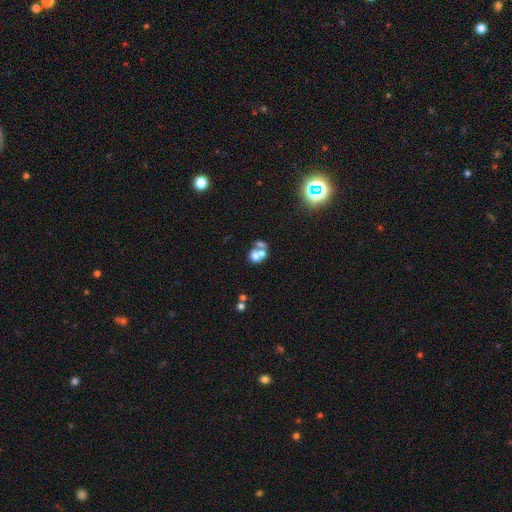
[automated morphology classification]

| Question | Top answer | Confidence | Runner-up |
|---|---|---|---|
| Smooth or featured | smooth | 59% | featured or disk (27%) |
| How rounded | round | 55% | in between (44%) |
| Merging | merger | 59% | none (26%) |